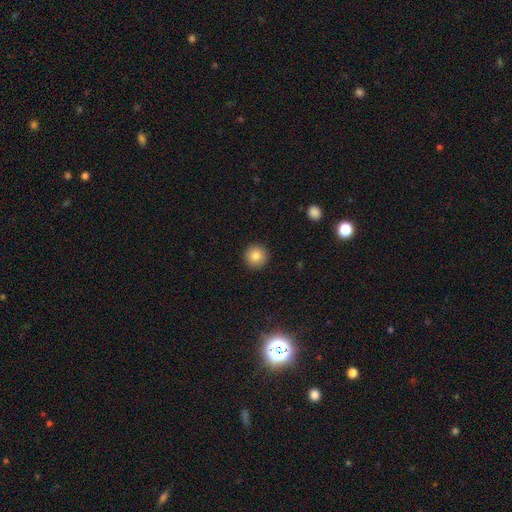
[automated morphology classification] This is clearly a smooth galaxy (84%). How rounded: clearly round (96%). Merging: clearly none (93%).